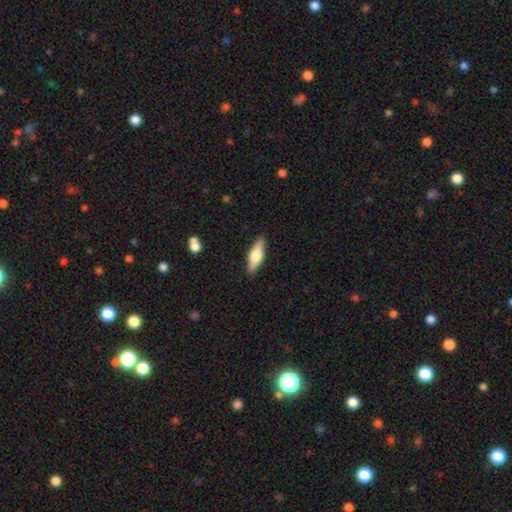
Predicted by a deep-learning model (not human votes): This is possibly a smooth galaxy (53%). How rounded: possibly cigar-shaped (53%). Merging: clearly none (89%).